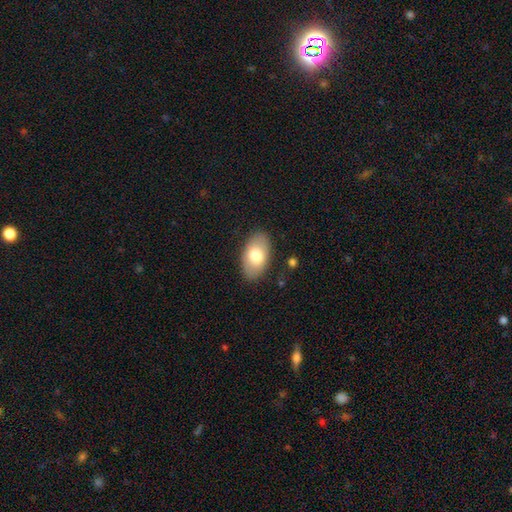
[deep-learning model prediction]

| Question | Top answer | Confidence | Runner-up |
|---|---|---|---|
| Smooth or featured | smooth | 75% | featured or disk (19%) |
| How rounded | in between | 94% | round (5%) |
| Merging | none | 86% | minor disturbance (10%) |